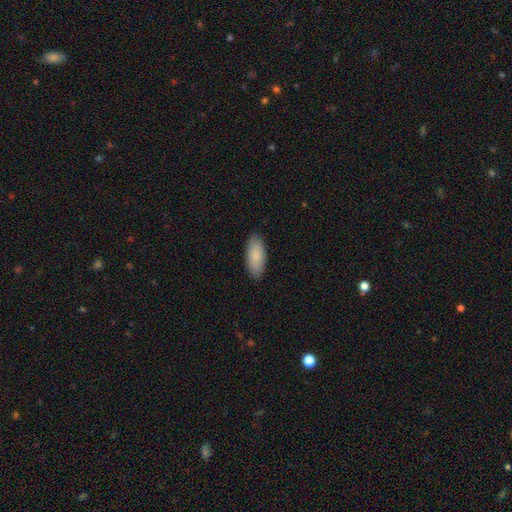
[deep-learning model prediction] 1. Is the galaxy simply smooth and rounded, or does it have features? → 86% smooth, 8% featured or disk, 5% star or artifact.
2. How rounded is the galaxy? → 86% in between, 12% cigar-shaped, 2% round.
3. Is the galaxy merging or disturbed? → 88% none, 9% minor disturbance, 2% major disturbance, 1% merger.